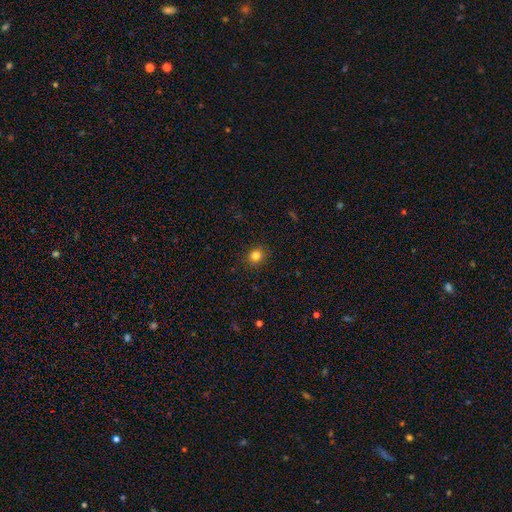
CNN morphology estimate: smooth-or-featured: smooth: 82% | star or artifact: 13% | featured or disk: 5%
  how-rounded: round: 79% | in between: 20% | cigar-shaped: 1%
  merging: none: 90% | minor disturbance: 7% | major disturbance: 2% | merger: 1%